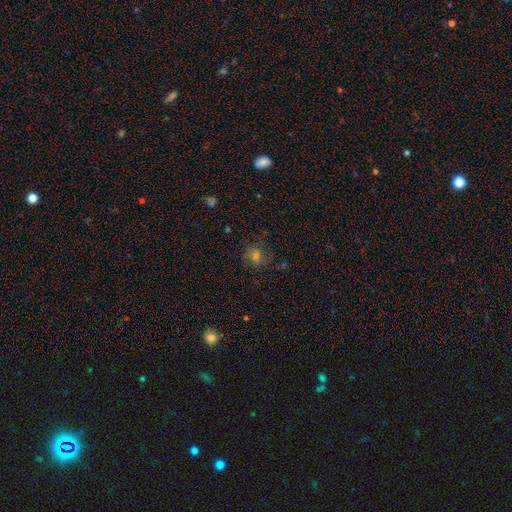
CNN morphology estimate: Smooth or featured? smooth (48%)
Merging? none (71%)